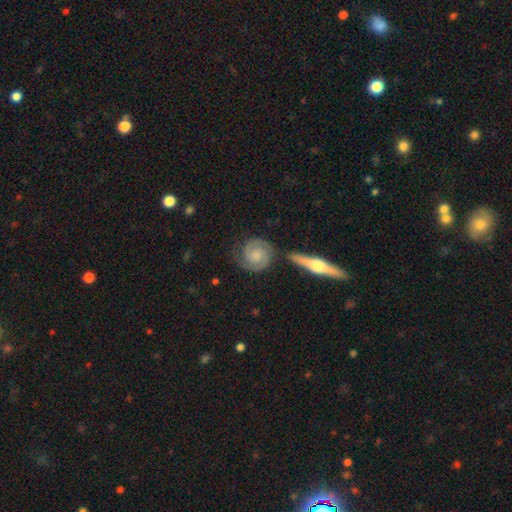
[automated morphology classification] smooth-or-featured: featured or disk: 77% | smooth: 17% | star or artifact: 6%
  disk-edge-on: no: 96% | yes: 4%
    bar: no: 67% | weak: 27% | strong: 6%
    has-spiral-arms: yes: 96% | no: 4%
      spiral-winding: tight: 59% | medium: 33% | loose: 7%
      spiral-arm-count: 2: 89% | can't tell: 5% | 3: 2% | 1: 2% | 4: 1% | more than 4: 1%
    bulge-size: moderate: 35% | small: 34% | none: 20% | large: 9% | dominant: 2%
  merging: none: 70% | minor disturbance: 14% | merger: 11% | major disturbance: 6%